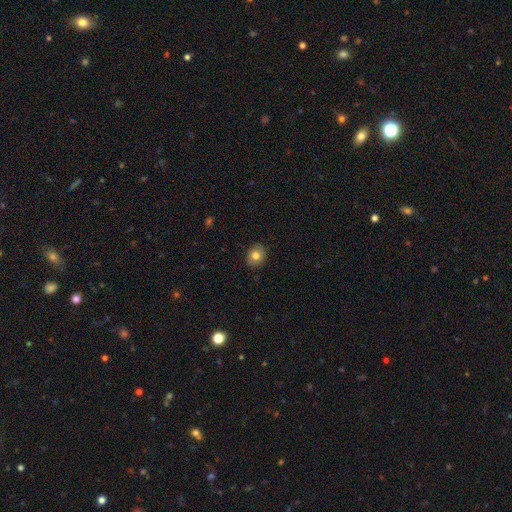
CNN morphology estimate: type=smooth (77%); roundness=round (71%); merging=none (87%).